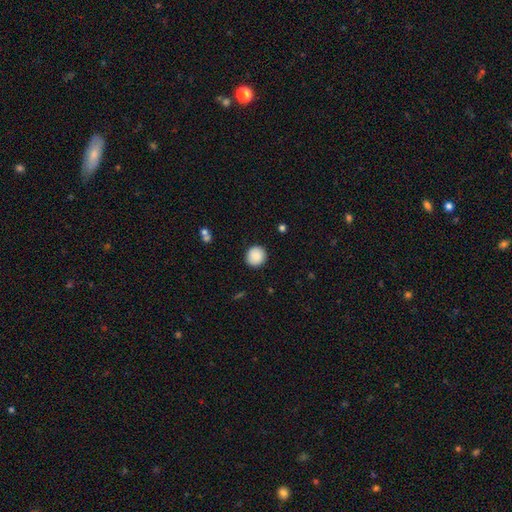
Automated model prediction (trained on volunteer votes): This appears to be a smooth galaxy with no disk features (89%) that is round (93%). Merging: none (91%).